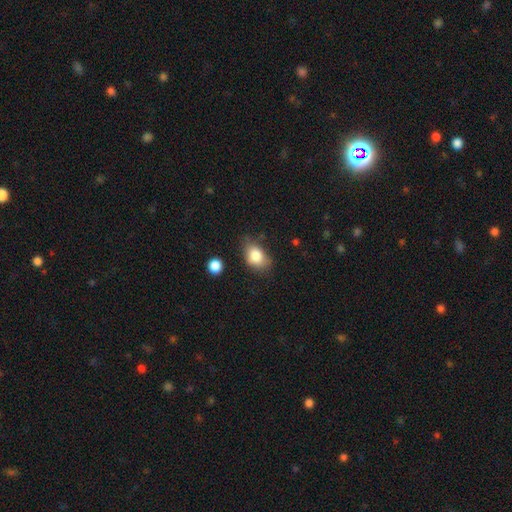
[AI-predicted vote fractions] A smooth galaxy with no disk features (82%) that is in between round and cigar-shaped (79%).

Vote fractions:
- Smooth or featured? smooth: 82% / featured or disk: 10% / star or artifact: 9%
- How rounded? in between: 79% / round: 20% / cigar-shaped: 1%
- Merging? none: 65% / minor disturbance: 26% / major disturbance: 6% / merger: 3%